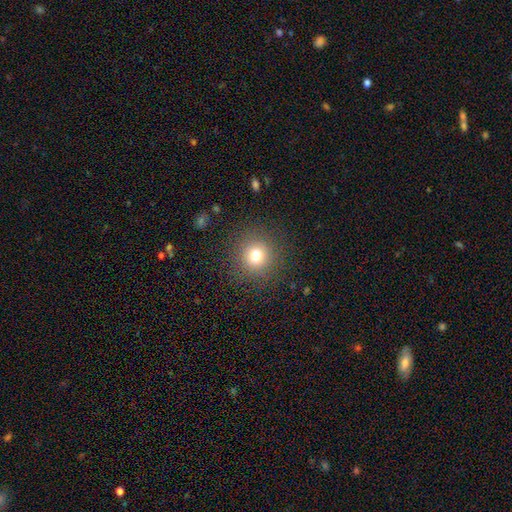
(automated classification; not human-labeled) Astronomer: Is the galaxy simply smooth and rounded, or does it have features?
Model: smooth — 76%.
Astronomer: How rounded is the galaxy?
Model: round — 93%.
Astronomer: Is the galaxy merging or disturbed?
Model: none — 88%.